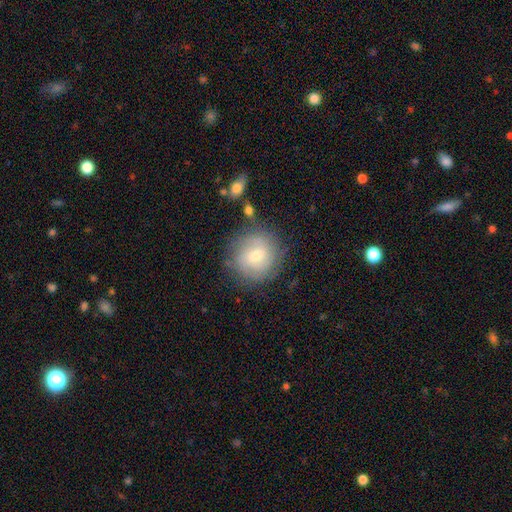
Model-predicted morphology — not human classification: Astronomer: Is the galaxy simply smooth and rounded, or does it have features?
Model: smooth — 54% (runner-up: featured or disk, 37%).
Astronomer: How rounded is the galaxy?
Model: round — 89%.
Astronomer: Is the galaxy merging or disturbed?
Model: none — 78%.